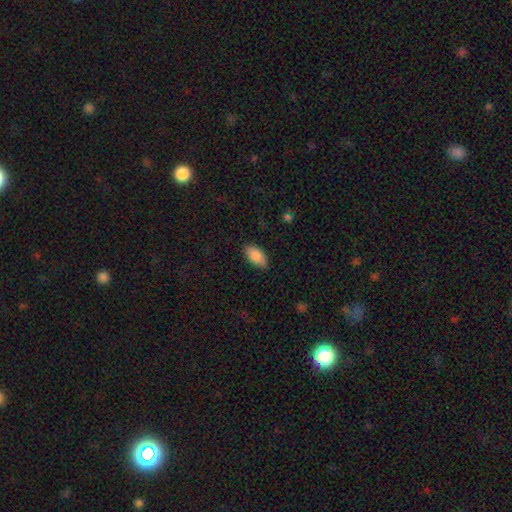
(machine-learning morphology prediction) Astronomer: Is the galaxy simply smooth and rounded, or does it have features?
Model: smooth — 86%.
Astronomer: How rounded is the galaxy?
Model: in between — 93%.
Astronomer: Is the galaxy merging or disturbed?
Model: none — 86%.